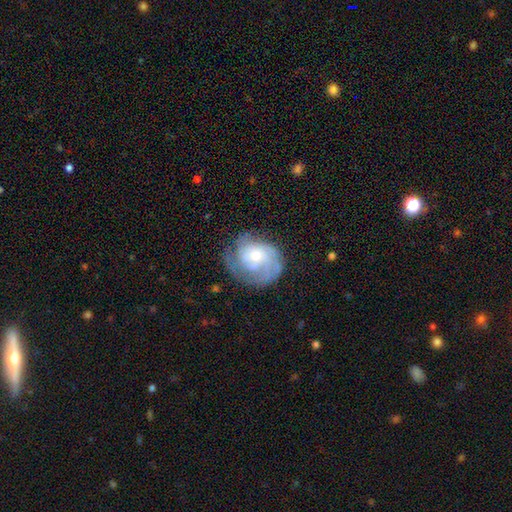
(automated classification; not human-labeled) Q: Smooth or featured?
A: featured or disk (76%); runner-up: smooth (17%)
Q: Edge-on disk?
A: no (98%); runner-up: yes (2%)
Q: Bar?
A: no (73%); runner-up: weak (23%)
Q: Spiral arms?
A: yes (92%); runner-up: no (8%)
Q: Spiral winding?
A: tight (57%); runner-up: medium (31%)
Q: Spiral arm count?
A: can't tell (37%); runner-up: 3 (23%)
Q: Bulge size?
A: small (48%); runner-up: moderate (46%)
Q: Merging?
A: none (66%); runner-up: minor disturbance (21%)